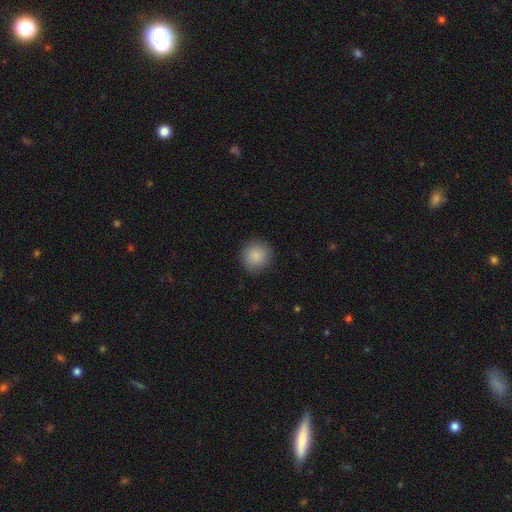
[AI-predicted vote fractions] Morphology: type=smooth (87%); roundness=round (93%); merging=none (89%).